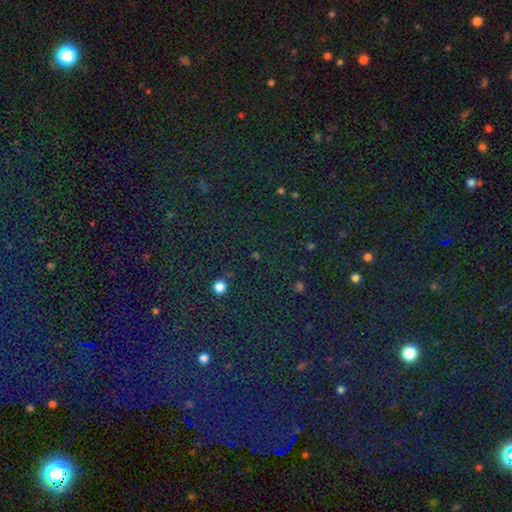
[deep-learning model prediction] A star or artifact, not a galaxy (78%).

Vote fractions:
- Smooth or featured? star or artifact: 78% / smooth: 14% / featured or disk: 8%